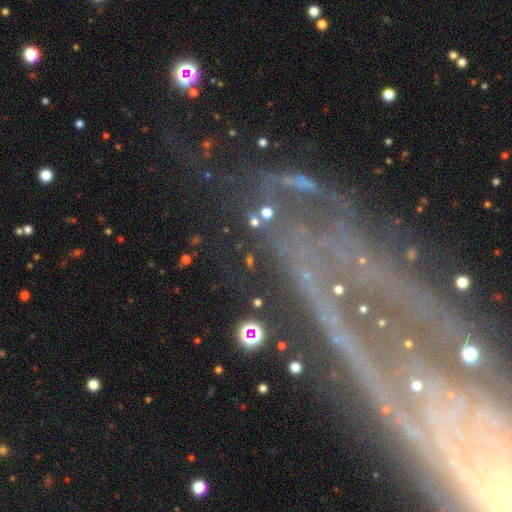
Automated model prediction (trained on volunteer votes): Q: Smooth or featured?
A: featured or disk (51%); runner-up: star or artifact (35%)
Q: Edge-on disk?
A: no (77%); runner-up: yes (23%)
Q: Merging?
A: none (62%); runner-up: major disturbance (17%)